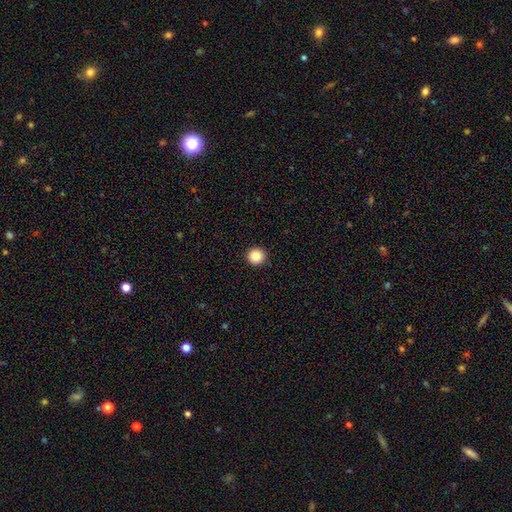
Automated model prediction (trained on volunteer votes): Smooth or featured? Predicted: smooth (p=0.86). How rounded? Predicted: round (p=0.96). Merging? Predicted: none (p=0.93).